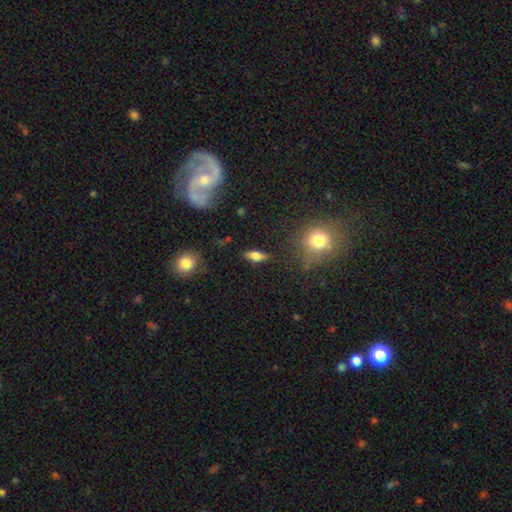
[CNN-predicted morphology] A smooth galaxy with no disk features (61%) that is in between round and cigar-shaped (70%).

Vote fractions:
- Smooth or featured? smooth: 61% / featured or disk: 30% / star or artifact: 9%
- How rounded? in between: 70% / cigar-shaped: 24% / round: 5%
- Merging? none: 85% / minor disturbance: 10% / major disturbance: 3% / merger: 2%